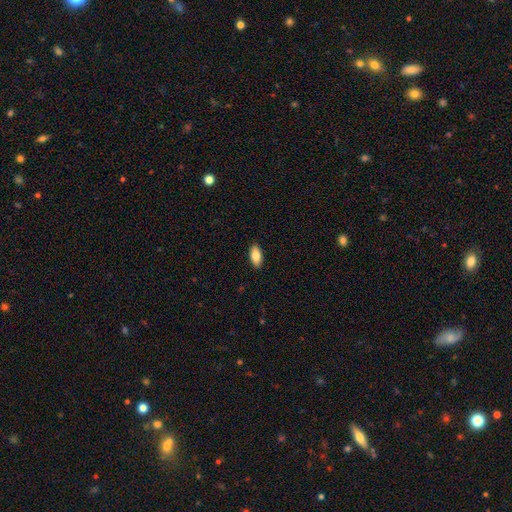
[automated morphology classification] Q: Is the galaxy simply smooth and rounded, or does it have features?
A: smooth — 83%.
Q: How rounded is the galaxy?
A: in between — 91%.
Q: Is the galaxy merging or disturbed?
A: none — 90%.